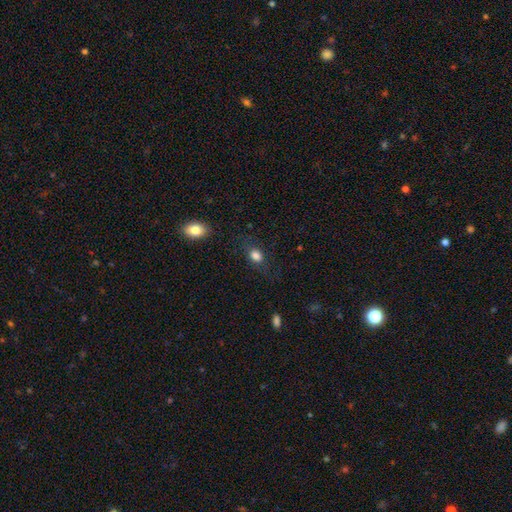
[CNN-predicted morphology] A smooth galaxy with no disk features (82%) that is in between round and cigar-shaped (69%).

Vote fractions:
- Smooth or featured? smooth: 82% / star or artifact: 9% / featured or disk: 9%
- How rounded? in between: 69% / round: 28% / cigar-shaped: 3%
- Merging? none: 72% / minor disturbance: 17% / major disturbance: 9% / merger: 2%